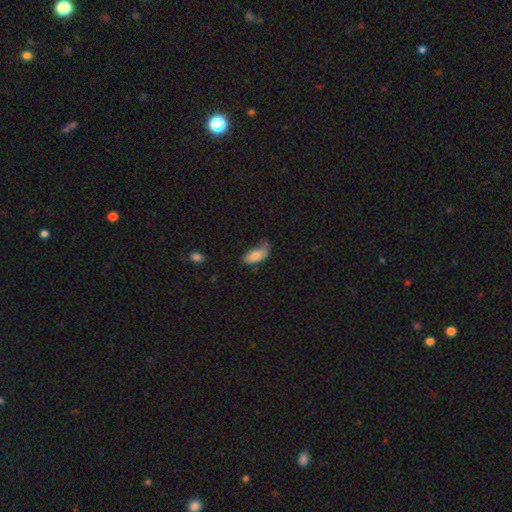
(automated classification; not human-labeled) A smooth galaxy with no disk features (80%) that is in between round and cigar-shaped (89%).

Vote fractions:
- Smooth or featured? smooth: 80% / featured or disk: 13% / star or artifact: 7%
- How rounded? in between: 89% / cigar-shaped: 9% / round: 2%
- Merging? none: 45% / minor disturbance: 36% / major disturbance: 13% / merger: 6%